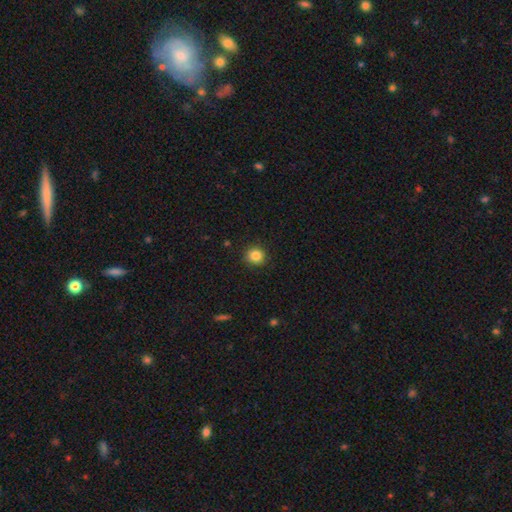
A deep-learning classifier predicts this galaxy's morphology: This appears to be a smooth galaxy with no disk features (85%) that is round (89%). Merging: none (89%).